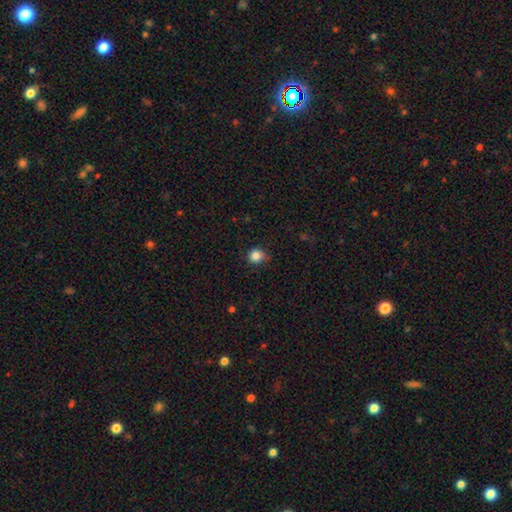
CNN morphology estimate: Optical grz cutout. It shows a smooth galaxy with no disk features (85%) that is round (86%). Merging: none (78%).